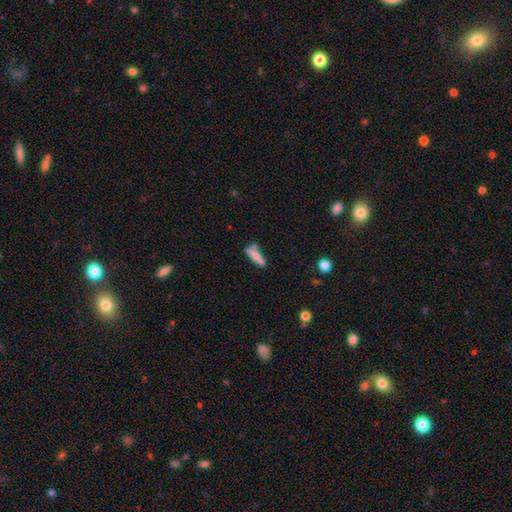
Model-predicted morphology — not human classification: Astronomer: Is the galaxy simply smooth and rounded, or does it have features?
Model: smooth — 73%.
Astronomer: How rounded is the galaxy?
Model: cigar-shaped — 75%.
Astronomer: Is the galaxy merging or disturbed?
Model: none — 53%.